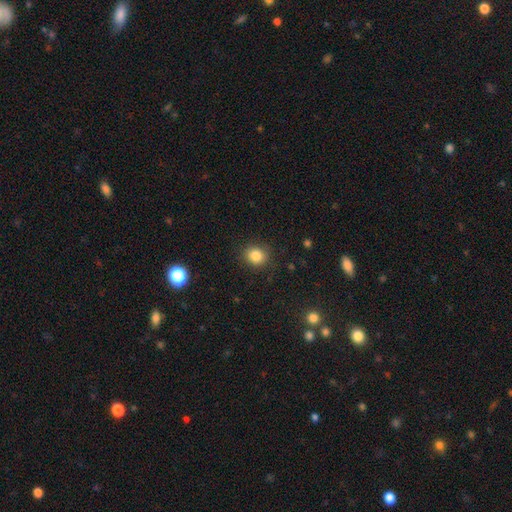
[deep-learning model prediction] smooth 84%, star or artifact 11%, featured or disk 5%. Down the decision tree: how rounded — round (79%); merging — none (87%).